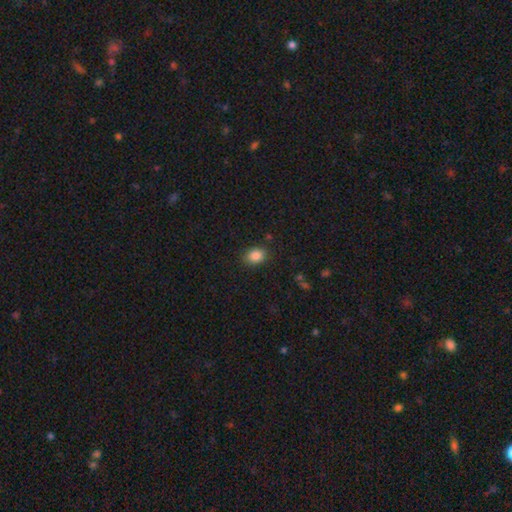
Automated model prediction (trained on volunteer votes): A smooth galaxy with no disk features (86%) that is in between round and cigar-shaped (66%).

Vote fractions:
- Smooth or featured? smooth: 86% / star or artifact: 9% / featured or disk: 5%
- How rounded? in between: 66% / round: 33% / cigar-shaped: 1%
- Merging? none: 86% / minor disturbance: 10% / major disturbance: 3% / merger: 1%